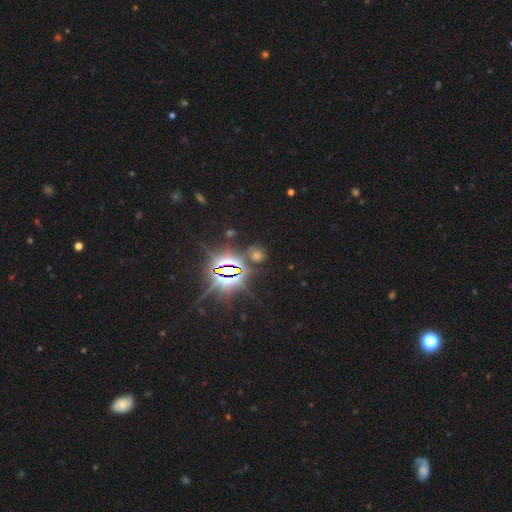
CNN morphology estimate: star or artifact 76%, smooth 16%, featured or disk 8%.